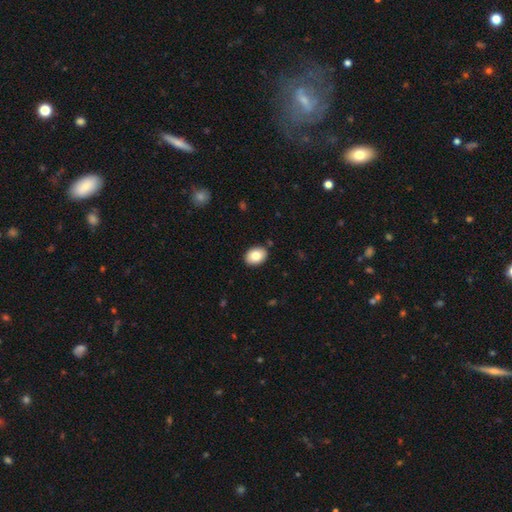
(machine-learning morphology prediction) A smooth galaxy with no disk features (82%) that is in between round and cigar-shaped (72%).

Vote fractions:
- Smooth or featured? smooth: 82% / featured or disk: 11% / star or artifact: 8%
- How rounded? in between: 72% / round: 27% / cigar-shaped: 1%
- Merging? none: 88% / minor disturbance: 9% / major disturbance: 2% / merger: 2%